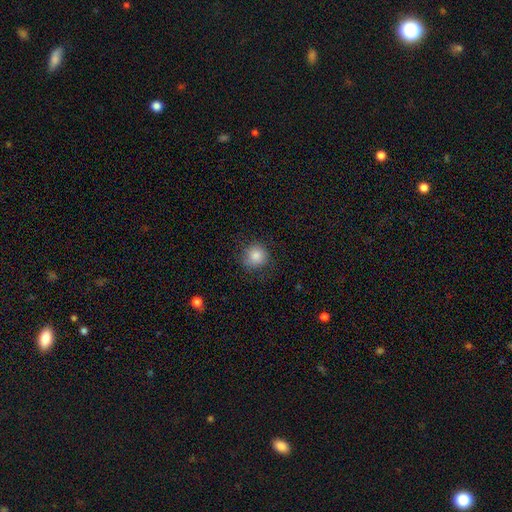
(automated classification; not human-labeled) Q: Smooth or featured?
A: smooth (83%); runner-up: star or artifact (10%)
Q: How rounded?
A: round (90%); runner-up: in between (9%)
Q: Merging?
A: none (78%); runner-up: minor disturbance (15%)